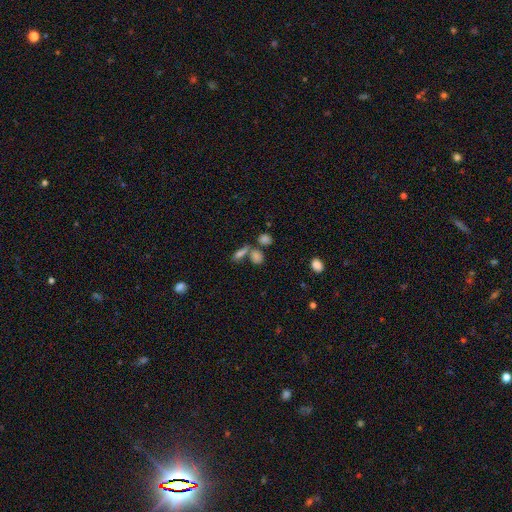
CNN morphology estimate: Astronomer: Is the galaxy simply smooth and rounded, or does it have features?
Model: smooth — 68%.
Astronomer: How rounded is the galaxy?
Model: in between — 55% (runner-up: round, 36%).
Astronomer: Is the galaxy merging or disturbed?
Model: none — 50% (runner-up: merger, 35%).